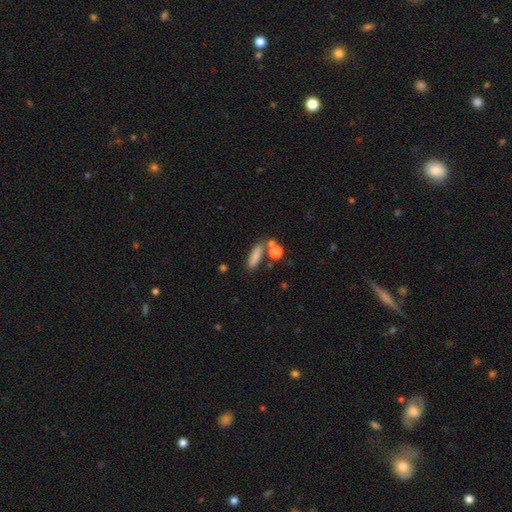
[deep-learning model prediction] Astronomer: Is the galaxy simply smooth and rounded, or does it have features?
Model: smooth — 81%.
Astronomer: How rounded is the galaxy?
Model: cigar-shaped — 49% (runner-up: in between, 43%).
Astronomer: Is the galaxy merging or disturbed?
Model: none — 66%.